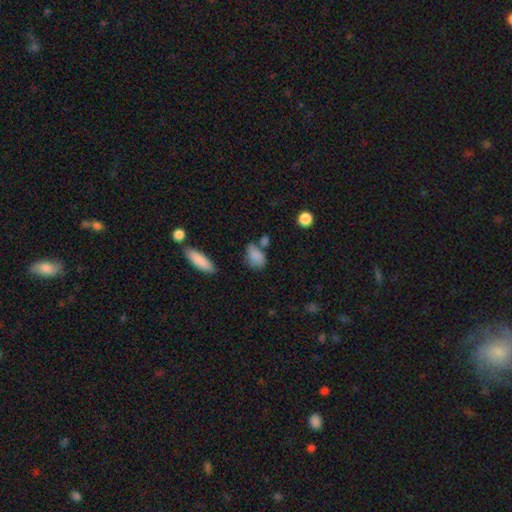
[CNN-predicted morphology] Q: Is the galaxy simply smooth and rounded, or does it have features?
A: smooth — 83%.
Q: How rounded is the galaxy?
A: in between — 79%.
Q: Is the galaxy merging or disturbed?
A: none — 50%.